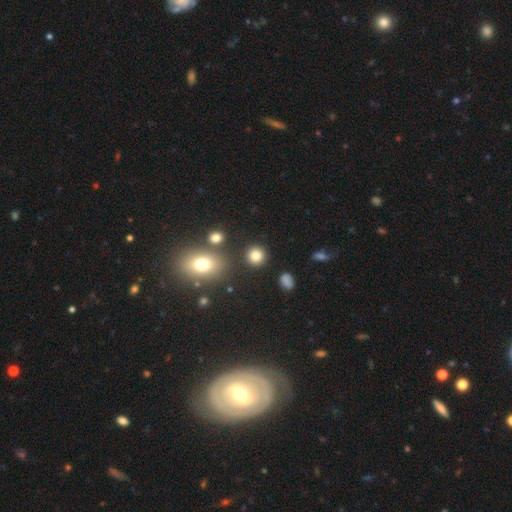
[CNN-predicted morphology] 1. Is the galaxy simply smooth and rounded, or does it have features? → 82% smooth, 12% star or artifact, 6% featured or disk.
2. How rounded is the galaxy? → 90% round, 9% in between, 1% cigar-shaped.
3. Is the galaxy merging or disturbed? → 87% none, 7% minor disturbance, 4% merger, 3% major disturbance.